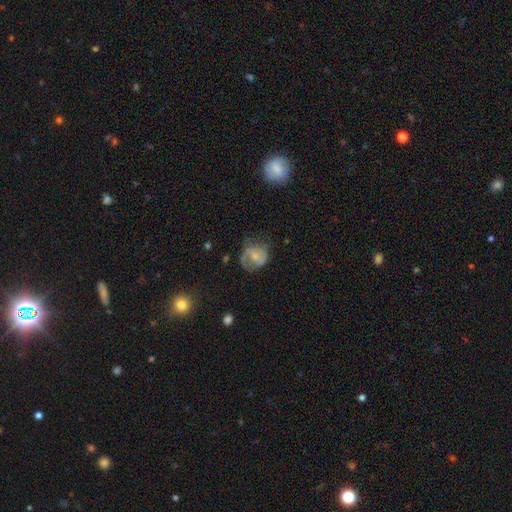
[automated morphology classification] This appears to be a featured or disk galaxy (48%). Merging: none (46%).